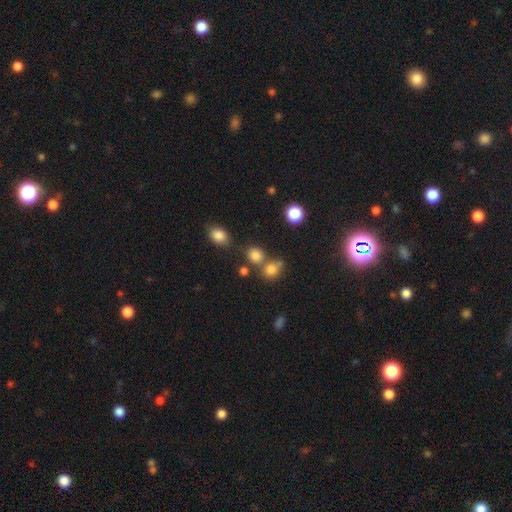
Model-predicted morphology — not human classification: Smooth or featured?
  - smooth: 80% *
  - star or artifact: 14%
  - featured or disk: 6%
How rounded?
  - round: 76% *
  - in between: 23%
  - cigar-shaped: 1%
Merging?
  - none: 62% *
  - merger: 25%
  - minor disturbance: 10%
  - major disturbance: 4%